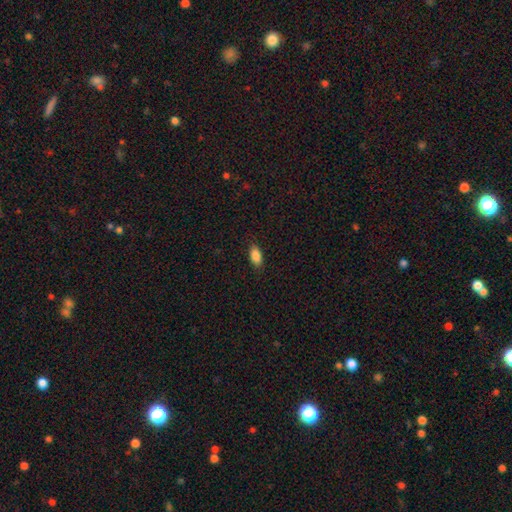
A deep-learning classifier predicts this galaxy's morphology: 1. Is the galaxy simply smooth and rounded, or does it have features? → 88% smooth, 8% star or artifact, 4% featured or disk.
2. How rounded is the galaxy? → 91% in between, 6% cigar-shaped, 3% round.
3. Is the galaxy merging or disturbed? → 87% none, 10% minor disturbance, 2% major disturbance, 1% merger.